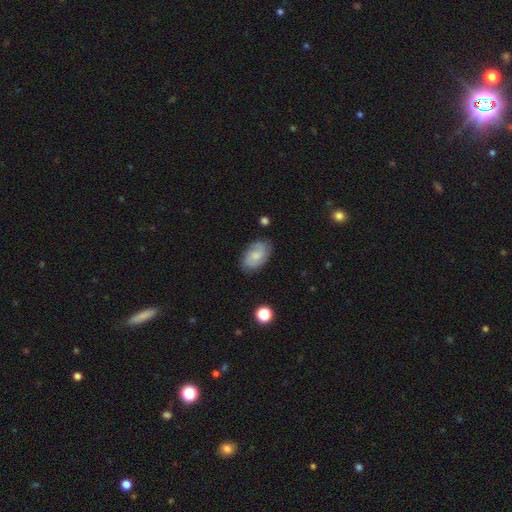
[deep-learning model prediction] Morphology: type=smooth (55%); roundness=in between (90%); merging=none (78%).